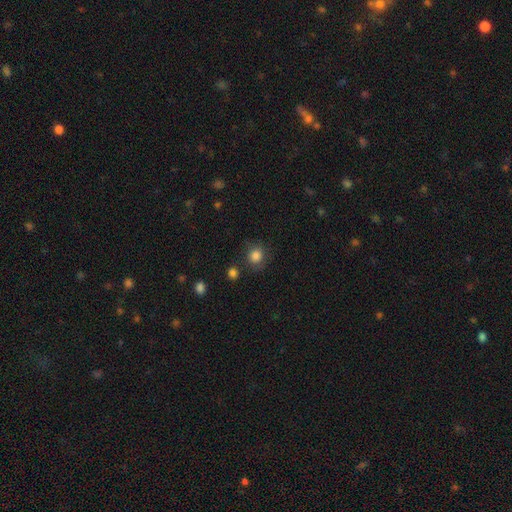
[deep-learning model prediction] smooth 84%, star or artifact 10%, featured or disk 5%. Down the decision tree: how rounded — round (85%); merging — none (78%).